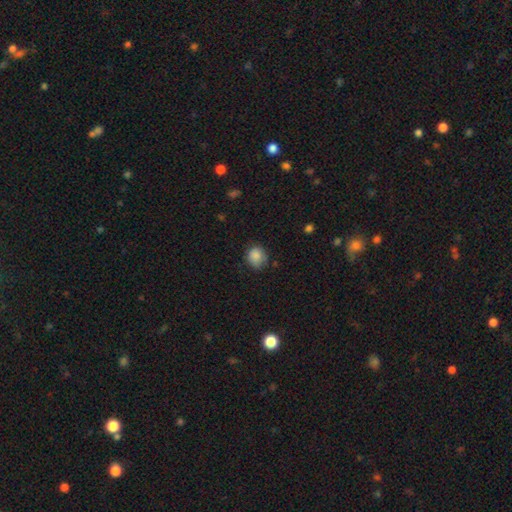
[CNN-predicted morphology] Smooth or featured? Predicted: smooth (p=0.86). How rounded? Predicted: round (p=0.83). Merging? Predicted: none (p=0.75).